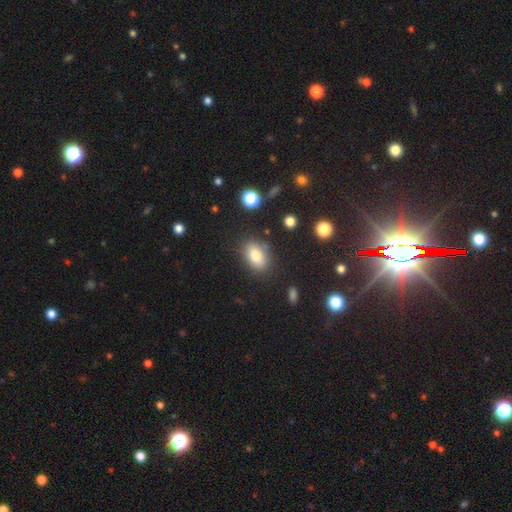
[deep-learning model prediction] Morphology: type=smooth (78%); roundness=in between (82%); merging=none (81%).